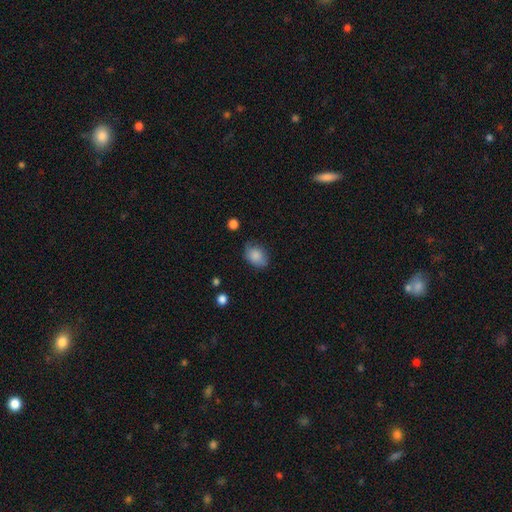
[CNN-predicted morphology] type=smooth (85%); roundness=in between (75%); merging=none (68%).